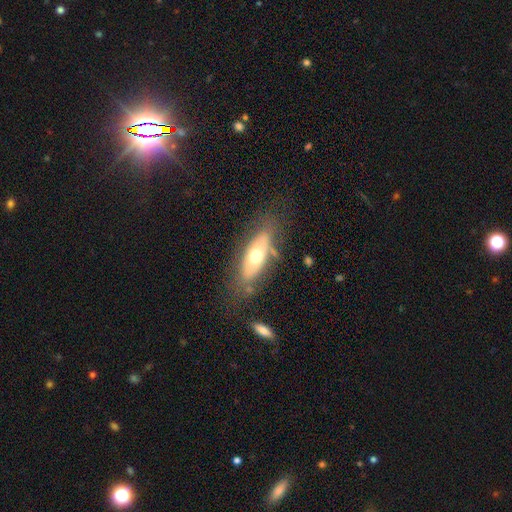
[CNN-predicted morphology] Smooth or featured? Predicted: smooth (p=0.50). Merging? Predicted: none (p=0.67).